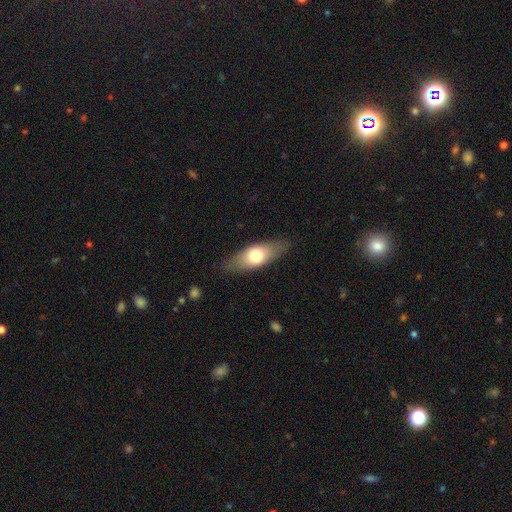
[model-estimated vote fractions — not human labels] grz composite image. It shows a smooth galaxy with no disk features (65%) that is in between round and cigar-shaped (72%). Merging: none (83%).